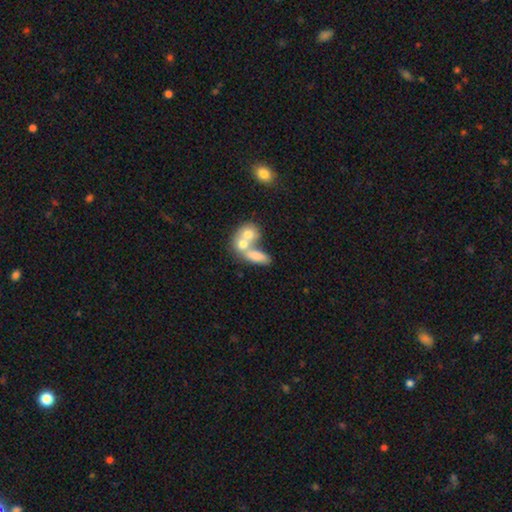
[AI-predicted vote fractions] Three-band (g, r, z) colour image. It shows a smooth galaxy with no disk features (68%) that is in between round and cigar-shaped (73%). Merging: merger (65%).